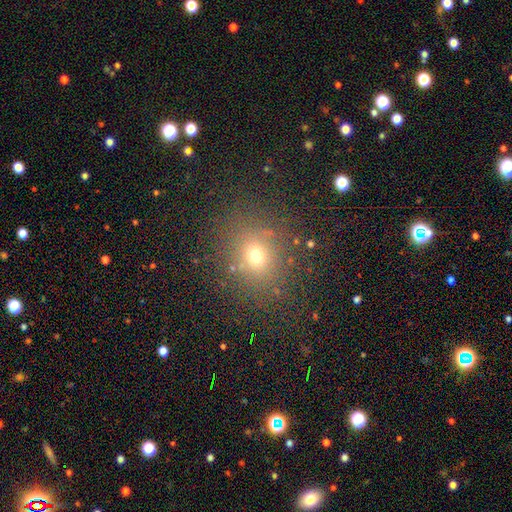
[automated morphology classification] This appears to be a smooth galaxy with no disk features (66%) that is round (69%). Merging: none (81%).